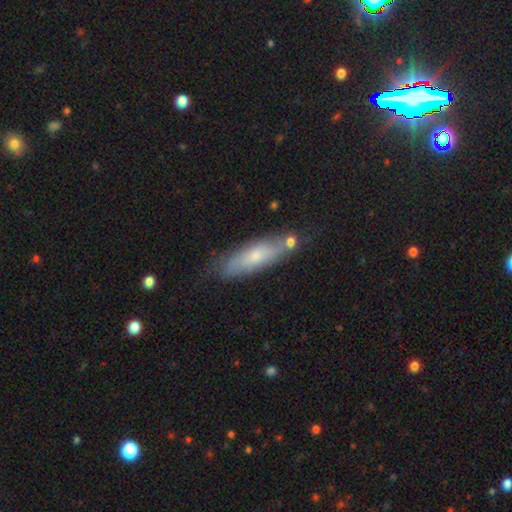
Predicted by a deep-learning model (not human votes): smooth-or-featured: smooth: 58% | featured or disk: 35% | star or artifact: 7%
  how-rounded: cigar-shaped: 60% | in between: 38% | round: 2%
  merging: none: 68% | minor disturbance: 20% | merger: 7% | major disturbance: 5%